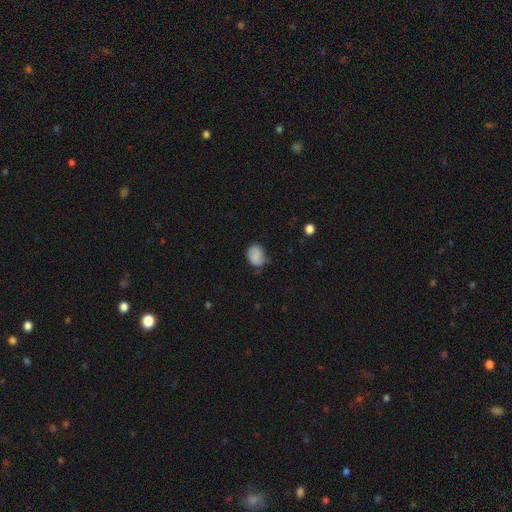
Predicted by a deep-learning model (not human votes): This appears to be a smooth galaxy with no disk features (78%) that is in between round and cigar-shaped (53%). Merging: none (58%).